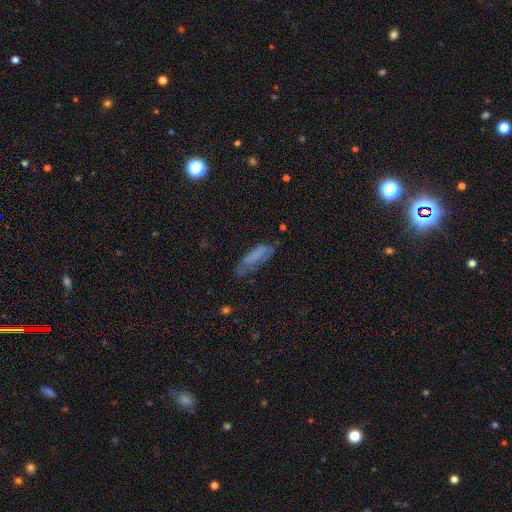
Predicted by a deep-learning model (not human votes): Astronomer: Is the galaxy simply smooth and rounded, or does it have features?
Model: smooth — 58%.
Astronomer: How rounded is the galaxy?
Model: cigar-shaped — 52% (runner-up: in between, 46%).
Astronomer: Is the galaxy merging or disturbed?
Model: none — 51% (runner-up: minor disturbance, 30%).